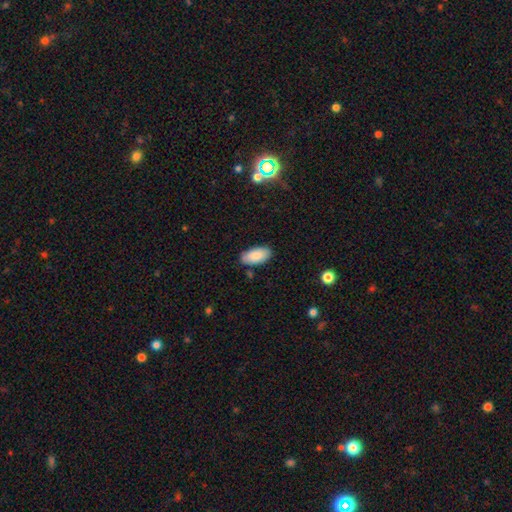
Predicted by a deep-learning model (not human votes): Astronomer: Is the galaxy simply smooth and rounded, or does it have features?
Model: smooth — 87%.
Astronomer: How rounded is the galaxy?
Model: in between — 94%.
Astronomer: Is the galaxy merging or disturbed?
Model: none — 83%.